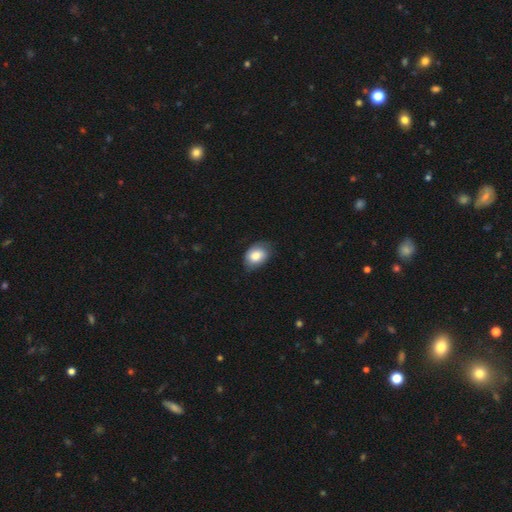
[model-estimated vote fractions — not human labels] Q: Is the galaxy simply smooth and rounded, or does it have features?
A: smooth — 78%.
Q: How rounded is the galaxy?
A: in between — 76%.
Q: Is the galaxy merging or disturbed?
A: none — 66%.